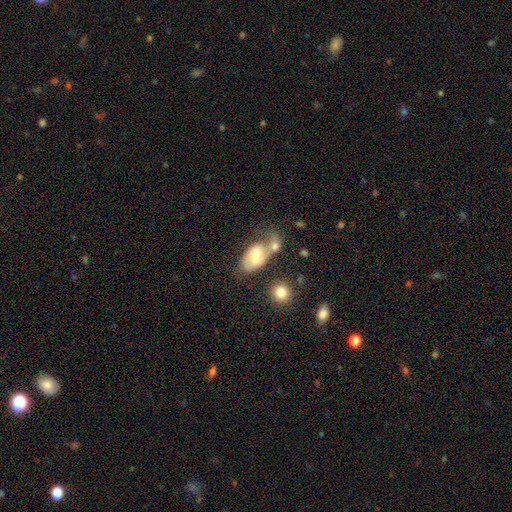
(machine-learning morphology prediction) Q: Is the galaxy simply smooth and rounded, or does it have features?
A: smooth — 48%.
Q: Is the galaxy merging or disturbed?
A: merger — 39%.